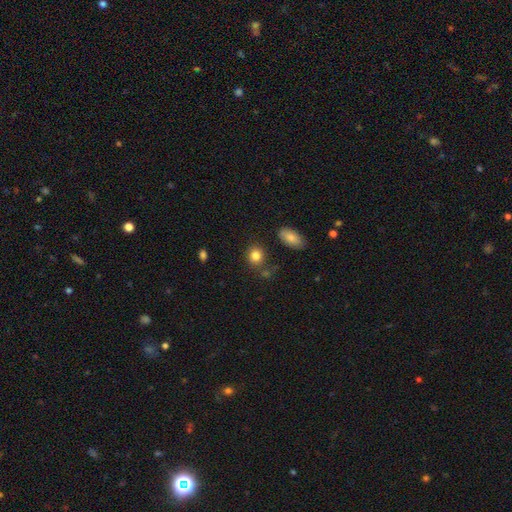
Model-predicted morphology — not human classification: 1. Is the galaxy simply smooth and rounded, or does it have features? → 84% smooth, 10% star or artifact, 6% featured or disk.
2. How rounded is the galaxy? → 74% round, 25% in between, 1% cigar-shaped.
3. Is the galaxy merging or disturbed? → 77% none, 12% minor disturbance, 8% merger, 4% major disturbance.